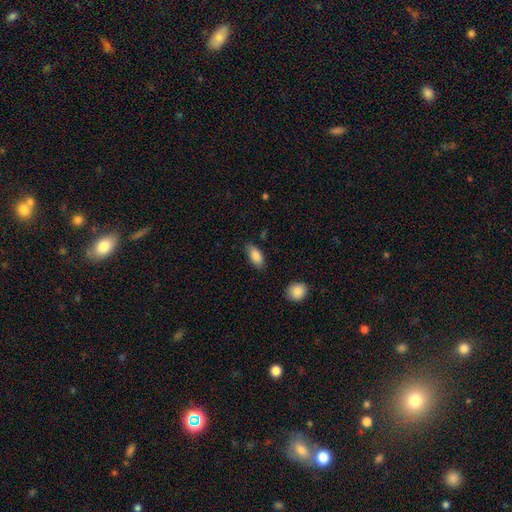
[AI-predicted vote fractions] Smooth or featured: smooth — 86% (featured or disk — 7%)
How rounded: in between — 87% (cigar-shaped — 9%)
Merging: none — 76% (minor disturbance — 19%)